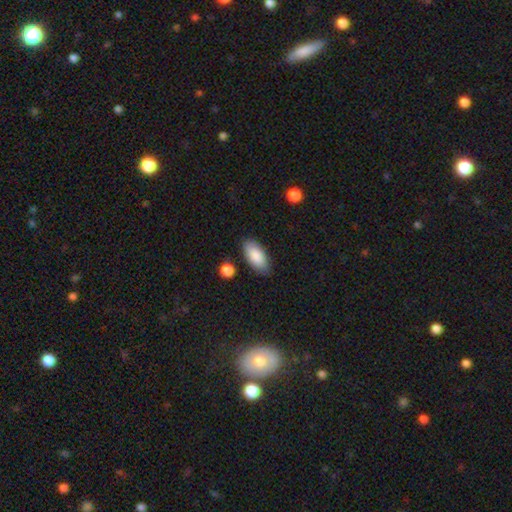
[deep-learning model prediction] Smooth or featured: smooth — 87% (featured or disk — 7%)
How rounded: in between — 90% (cigar-shaped — 8%)
Merging: none — 83% (minor disturbance — 12%)